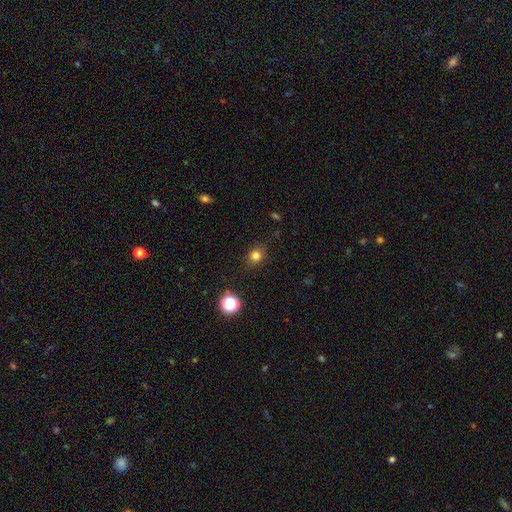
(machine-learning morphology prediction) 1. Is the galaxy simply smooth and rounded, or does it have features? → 79% smooth, 15% star or artifact, 5% featured or disk.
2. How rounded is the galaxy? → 74% round, 25% in between, 1% cigar-shaped.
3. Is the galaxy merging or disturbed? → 87% none, 9% minor disturbance, 3% major disturbance, 1% merger.